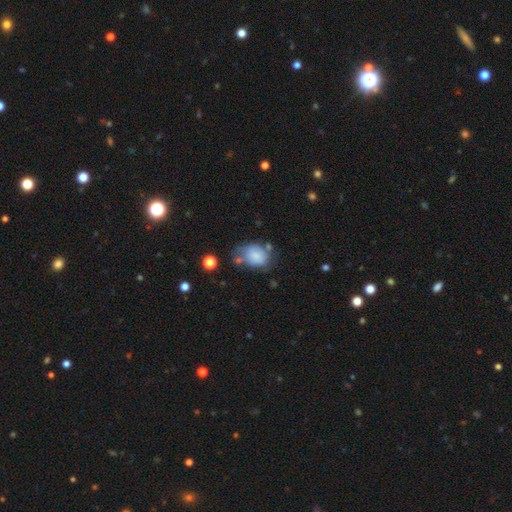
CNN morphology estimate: Overall: smooth (77%). How rounded: in between (63%; round 36%). Merging: none (42%; minor disturbance 30%).